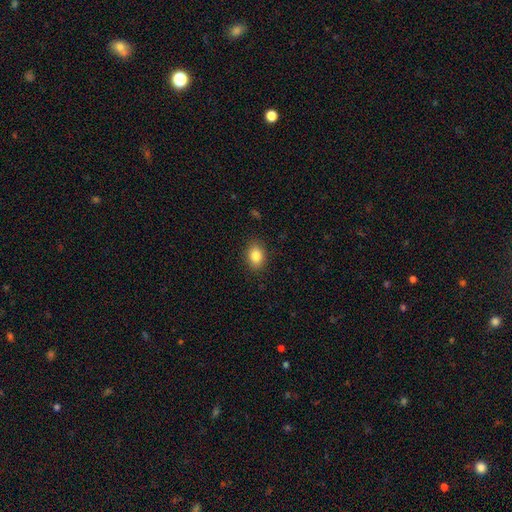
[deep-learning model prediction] Morphology: type=smooth (85%); roundness=in between (71%); merging=none (87%).